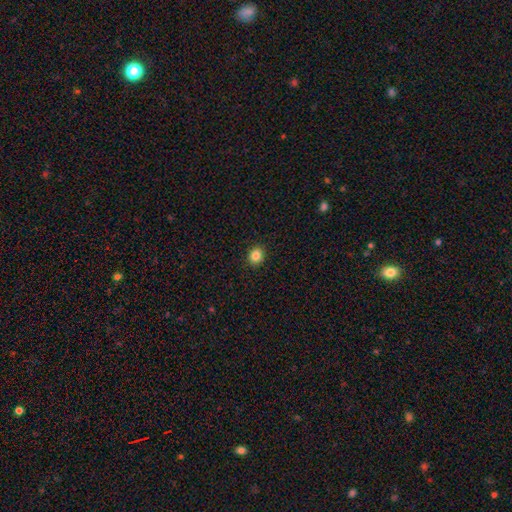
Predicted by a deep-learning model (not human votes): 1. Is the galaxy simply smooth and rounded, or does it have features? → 85% smooth, 11% star or artifact, 5% featured or disk.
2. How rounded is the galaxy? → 67% round, 32% in between, 1% cigar-shaped.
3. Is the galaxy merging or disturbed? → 91% none, 6% minor disturbance, 2% major disturbance, 1% merger.